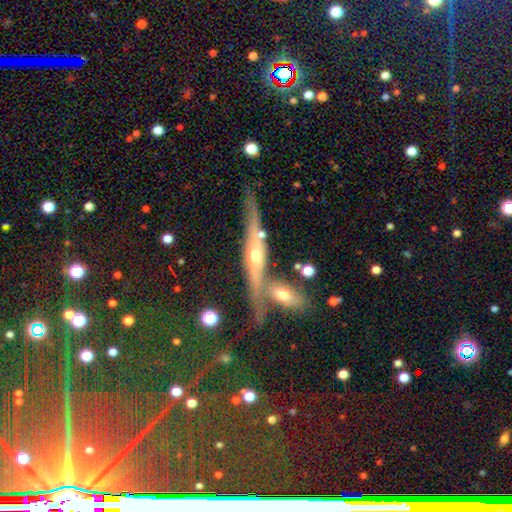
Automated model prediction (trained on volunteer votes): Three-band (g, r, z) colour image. It shows a featured or disk galaxy (75%) viewed edge-on (90%) with a rounded central bulge (86%). Merging: none (63%).